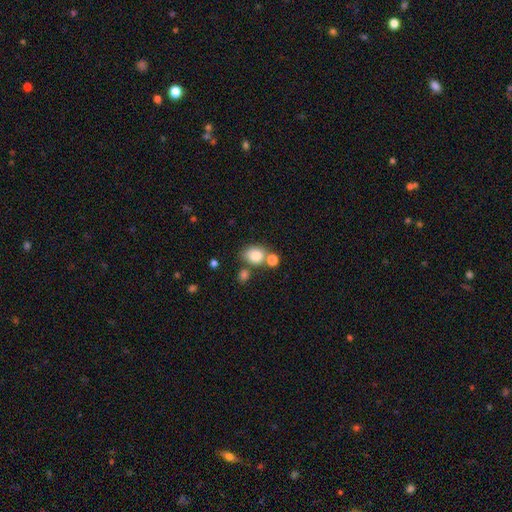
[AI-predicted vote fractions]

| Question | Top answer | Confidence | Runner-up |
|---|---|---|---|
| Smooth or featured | smooth | 82% | star or artifact (10%) |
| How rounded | round | 54% | in between (45%) |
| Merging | none | 56% | merger (25%) |